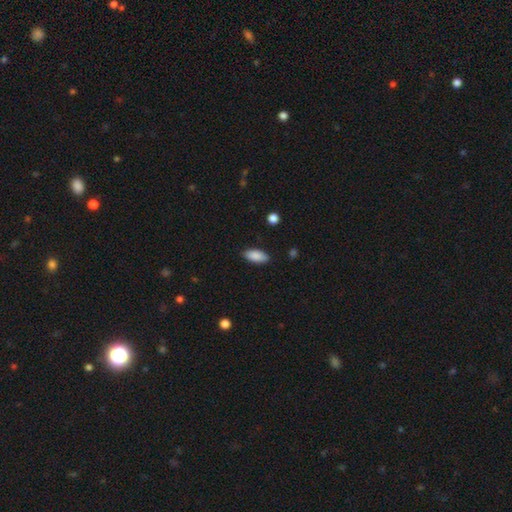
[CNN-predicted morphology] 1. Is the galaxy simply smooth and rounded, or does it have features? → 88% smooth, 6% star or artifact, 5% featured or disk.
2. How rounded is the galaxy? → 90% in between, 8% cigar-shaped, 2% round.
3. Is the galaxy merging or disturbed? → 86% none, 10% minor disturbance, 2% major disturbance, 1% merger.